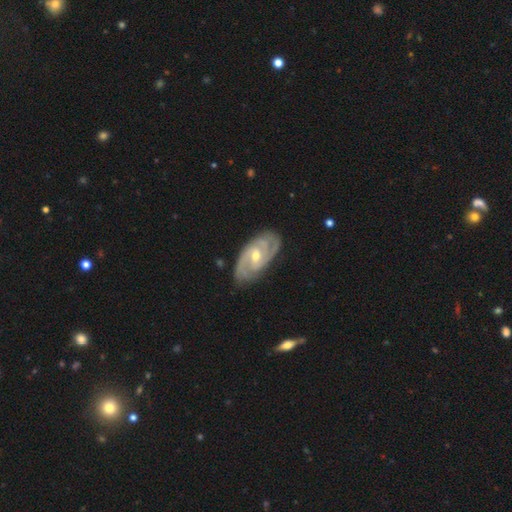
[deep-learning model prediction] Morphology: type=featured or disk (89%); edge-on=no (95%); bar=weak (46%); spiral arms=yes (97%); winding=tight (62%); arm count=2 (43%); bulge=moderate (58%); merging=none (82%).